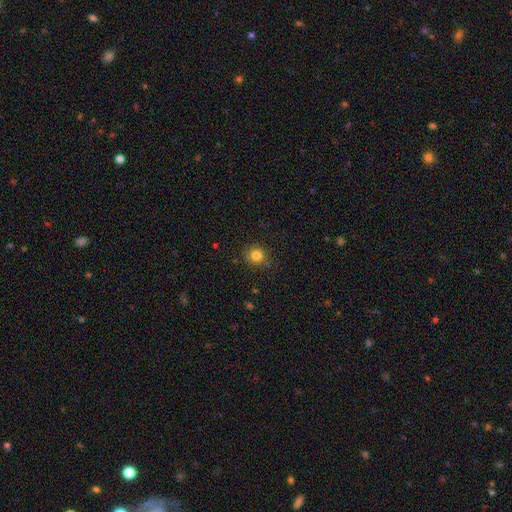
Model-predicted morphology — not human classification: A smooth galaxy with no disk features (82%) that is round (84%).

Vote fractions:
- Smooth or featured? smooth: 82% / star or artifact: 12% / featured or disk: 6%
- How rounded? round: 84% / in between: 15% / cigar-shaped: 1%
- Merging? none: 84% / minor disturbance: 11% / major disturbance: 3% / merger: 2%